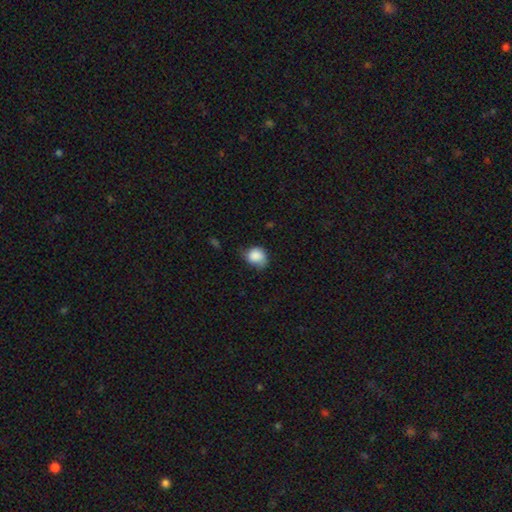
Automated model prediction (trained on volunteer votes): Smooth or featured: smooth — 85% (featured or disk — 8%)
How rounded: round — 62% (in between — 37%)
Merging: none — 44% (minor disturbance — 41%)